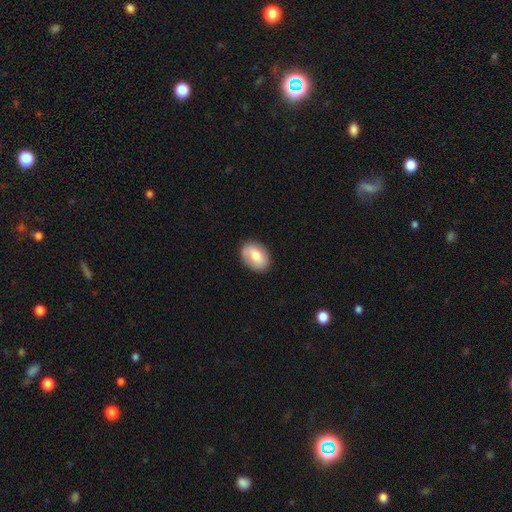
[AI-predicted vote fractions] Smooth or featured? smooth (70%)
How rounded? in between (74%)
Merging? none (84%)